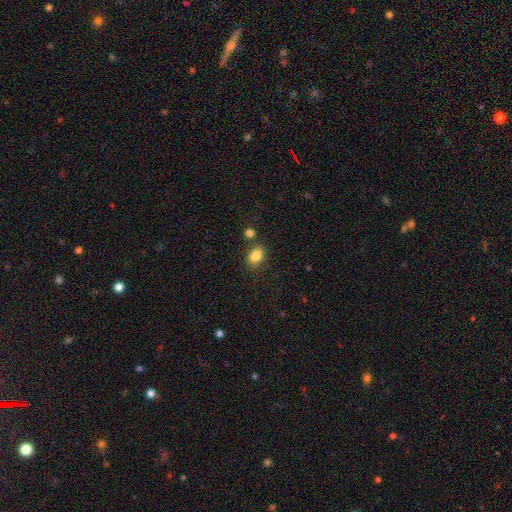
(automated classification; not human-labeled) Smooth or featured: smooth — 85% (star or artifact — 9%)
How rounded: in between — 80% (round — 19%)
Merging: none — 75% (minor disturbance — 12%)